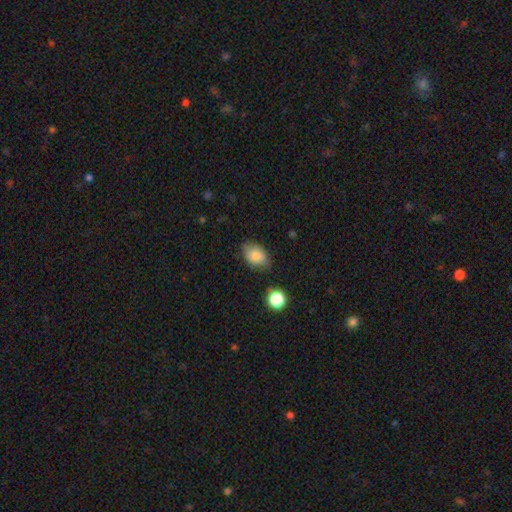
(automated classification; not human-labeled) This is clearly a smooth galaxy (83%). How rounded: clearly in between (80%). Merging: likely none (74%).